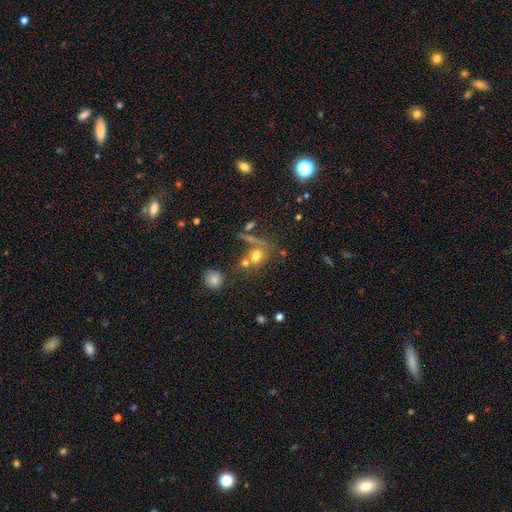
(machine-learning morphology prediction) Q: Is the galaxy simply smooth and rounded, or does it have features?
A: smooth — 65%.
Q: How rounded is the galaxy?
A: round — 66%.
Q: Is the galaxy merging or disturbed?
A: none — 42%.